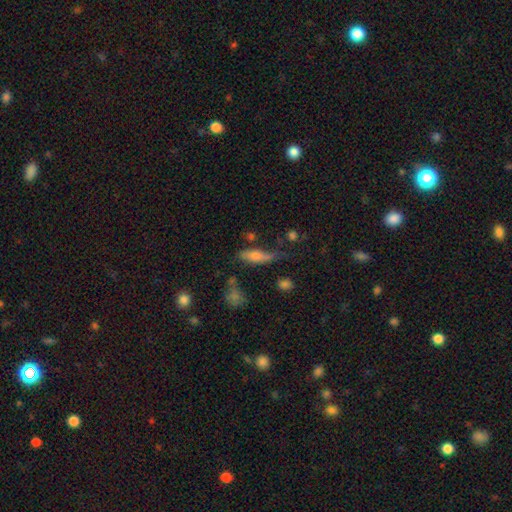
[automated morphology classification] Smooth or featured?
  - smooth: 63% *
  - featured or disk: 27%
  - star or artifact: 10%
How rounded?
  - in between: 49% *
  - cigar-shaped: 46%
  - round: 4%
Merging?
  - none: 45% *
  - minor disturbance: 28%
  - major disturbance: 17%
  - merger: 9%